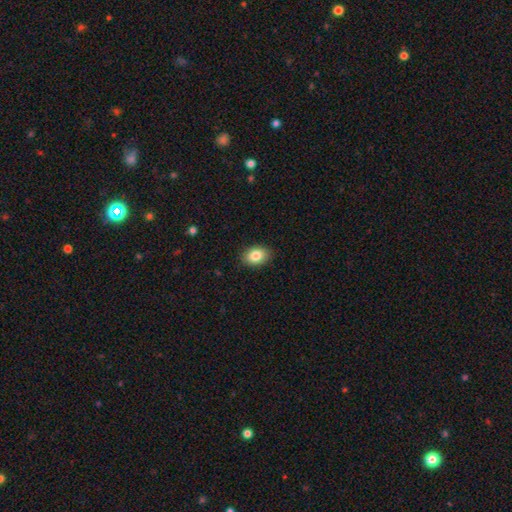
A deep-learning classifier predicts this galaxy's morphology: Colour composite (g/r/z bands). It shows a smooth galaxy with no disk features (85%) that is in between round and cigar-shaped (79%). Merging: none (89%).